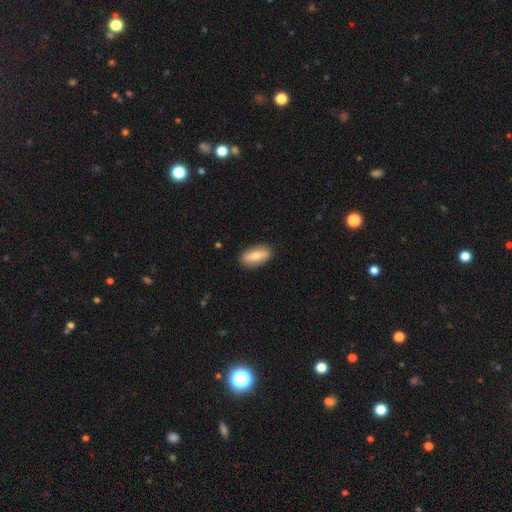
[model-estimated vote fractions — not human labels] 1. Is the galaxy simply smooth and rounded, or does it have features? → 67% smooth, 26% featured or disk, 6% star or artifact.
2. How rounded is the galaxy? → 83% in between, 13% cigar-shaped, 3% round.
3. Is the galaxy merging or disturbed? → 87% none, 10% minor disturbance, 2% major disturbance, 1% merger.